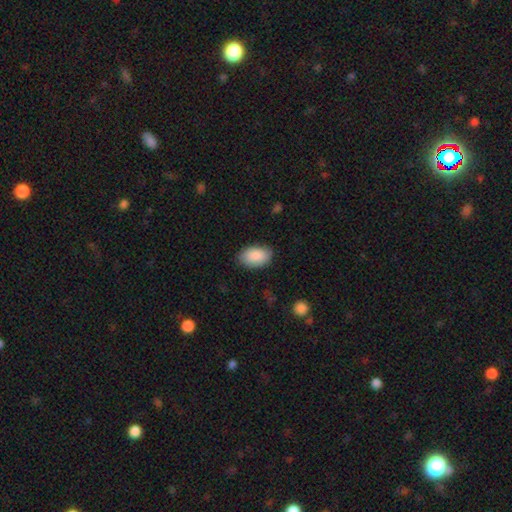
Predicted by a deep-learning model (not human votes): Smooth or featured? Predicted: smooth (p=0.88). How rounded? Predicted: in between (p=0.93). Merging? Predicted: none (p=0.82).